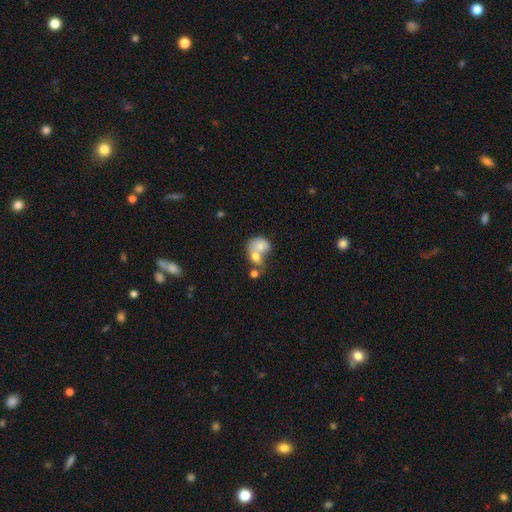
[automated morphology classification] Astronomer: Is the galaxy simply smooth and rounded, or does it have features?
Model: smooth — 70%.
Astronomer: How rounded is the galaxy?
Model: in between — 57% (runner-up: round, 41%).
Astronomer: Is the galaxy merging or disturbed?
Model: merger — 70%.